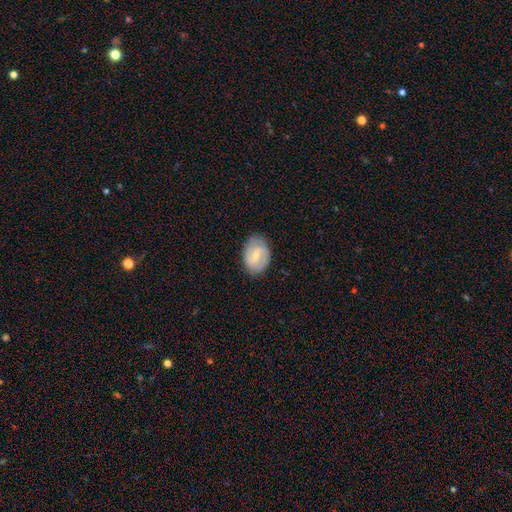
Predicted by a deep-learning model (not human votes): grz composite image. It shows a featured or disk galaxy (61%) with a weak bar (58%), spiral arms (79%) and a small central bulge (57%). Merging: none (82%).